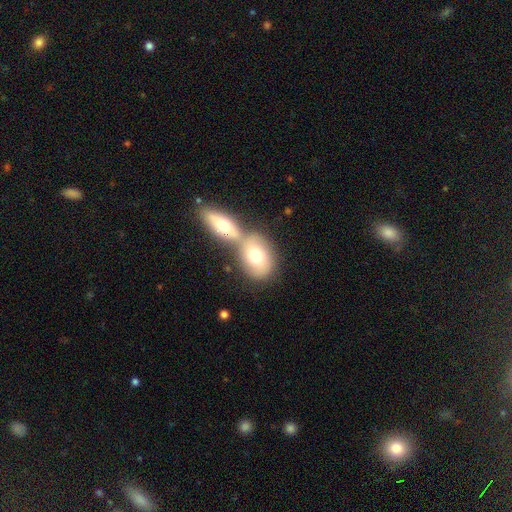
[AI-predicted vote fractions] smooth-or-featured: smooth: 70% | featured or disk: 23% | star or artifact: 7%
  how-rounded: in between: 71% | round: 27% | cigar-shaped: 3%
  merging: merger: 46% | none: 40% | minor disturbance: 10% | major disturbance: 4%